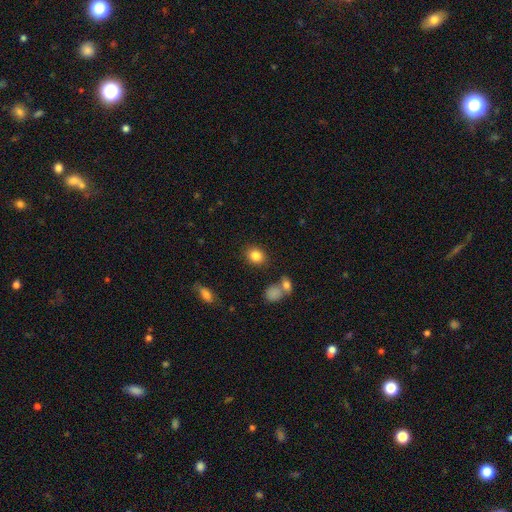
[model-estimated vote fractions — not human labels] Smooth or featured? smooth (84%)
How rounded? round (56%)
Merging? none (85%)